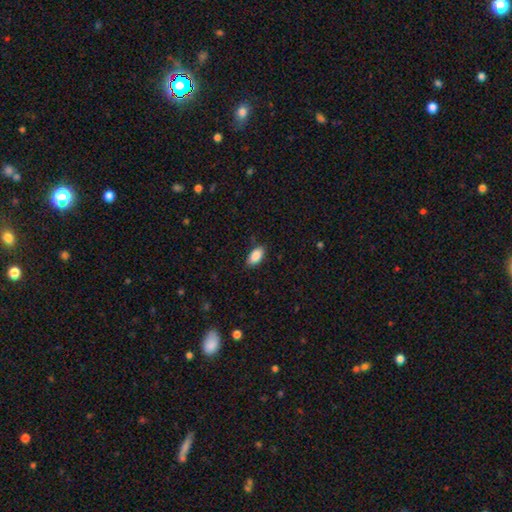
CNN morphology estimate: Smooth or featured? smooth (88%)
How rounded? in between (93%)
Merging? none (83%)